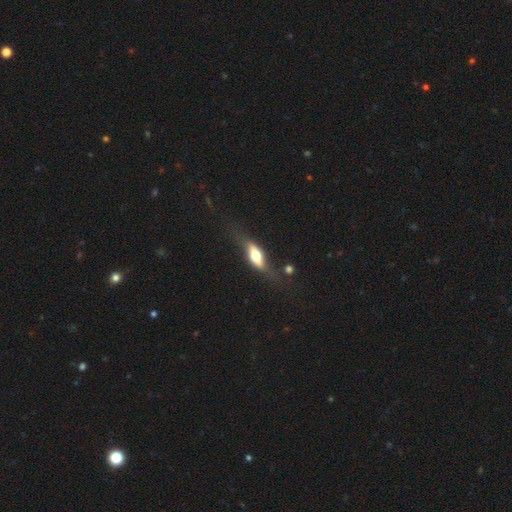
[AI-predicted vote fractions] Morphology: type=featured or disk (47%); merging=none (51%).